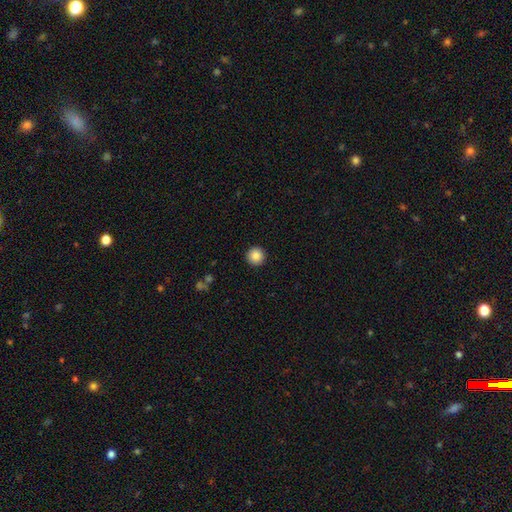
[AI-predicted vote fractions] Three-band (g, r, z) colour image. It shows a smooth galaxy with no disk features (87%) that is round (96%). Merging: none (93%).